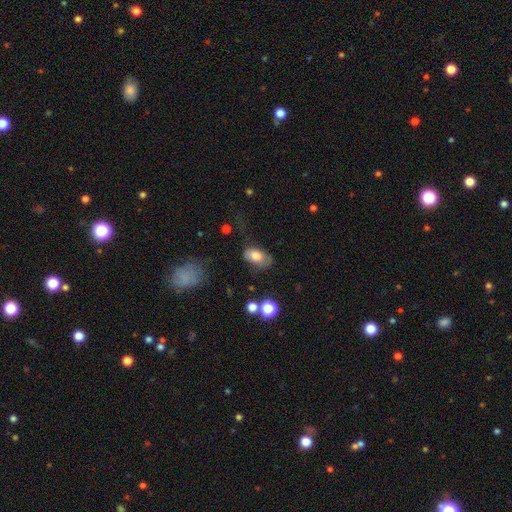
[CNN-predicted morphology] Smooth or featured: smooth — 74% (featured or disk — 18%)
How rounded: in between — 90% (round — 8%)
Merging: none — 54% (minor disturbance — 27%)